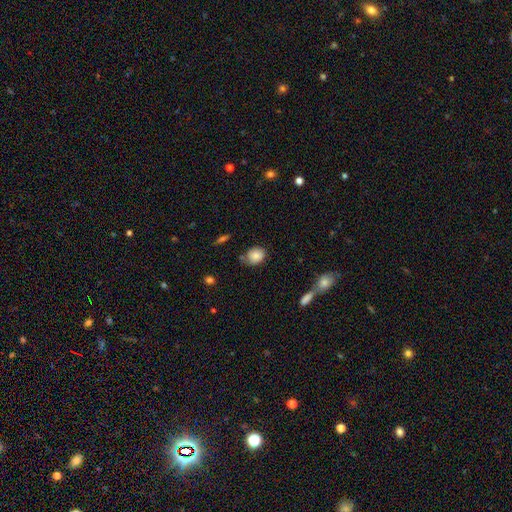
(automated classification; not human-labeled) smooth_or_featured: smooth (p=0.82) [alt: featured or disk p=0.10]
how_rounded: round (p=0.57) [alt: in between p=0.42]
merging: none (p=0.66) [alt: minor disturbance p=0.22]